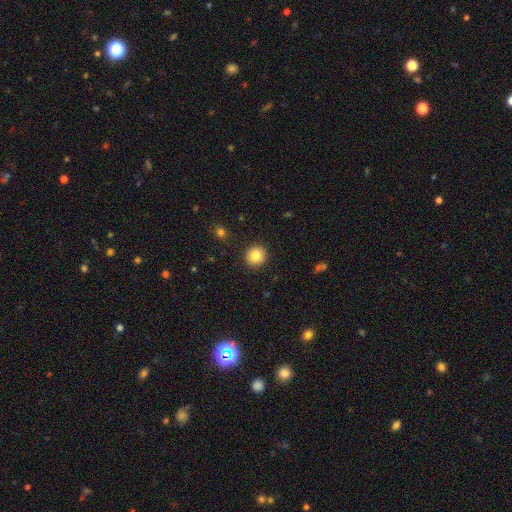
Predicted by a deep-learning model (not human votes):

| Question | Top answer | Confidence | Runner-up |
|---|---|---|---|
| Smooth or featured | smooth | 84% | star or artifact (9%) |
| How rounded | round | 91% | in between (8%) |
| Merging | none | 92% | minor disturbance (5%) |